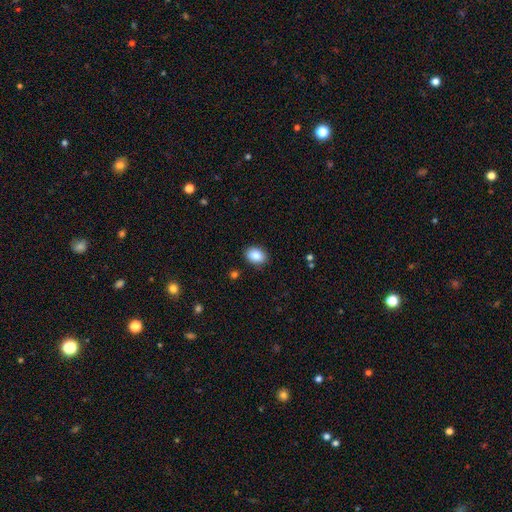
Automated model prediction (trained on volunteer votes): Q: Smooth or featured?
A: smooth (86%); runner-up: star or artifact (8%)
Q: How rounded?
A: in between (74%); runner-up: round (25%)
Q: Merging?
A: none (89%); runner-up: minor disturbance (8%)